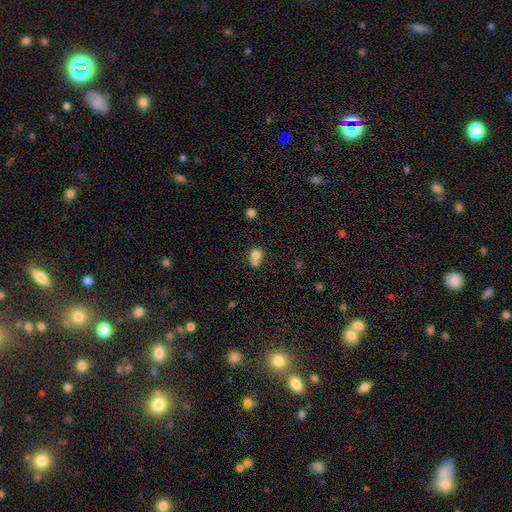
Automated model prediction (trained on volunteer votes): Smooth or featured? Predicted: smooth (p=0.76). How rounded? Predicted: round (p=0.61). Merging? Predicted: merger (p=0.41).